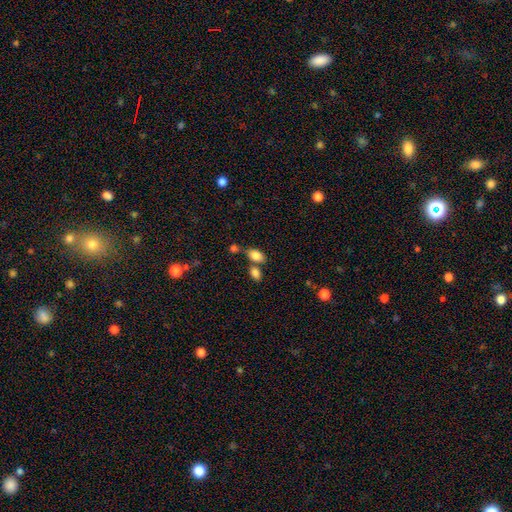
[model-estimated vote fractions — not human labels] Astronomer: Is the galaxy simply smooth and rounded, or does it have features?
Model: smooth — 84%.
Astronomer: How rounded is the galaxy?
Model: in between — 86%.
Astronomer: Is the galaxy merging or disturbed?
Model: none — 54%.